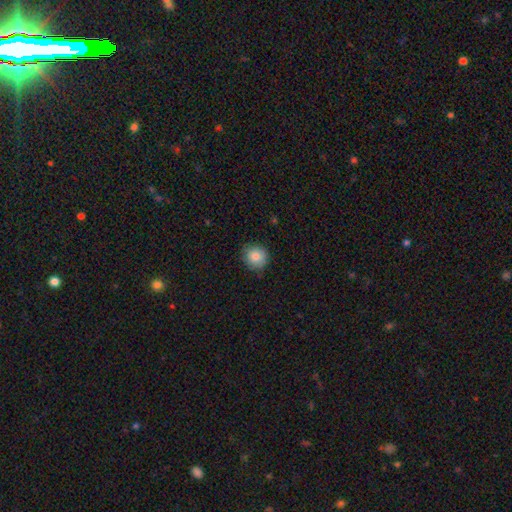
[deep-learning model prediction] Q: Smooth or featured?
A: smooth (84%); runner-up: star or artifact (9%)
Q: How rounded?
A: round (90%); runner-up: in between (10%)
Q: Merging?
A: none (84%); runner-up: minor disturbance (13%)